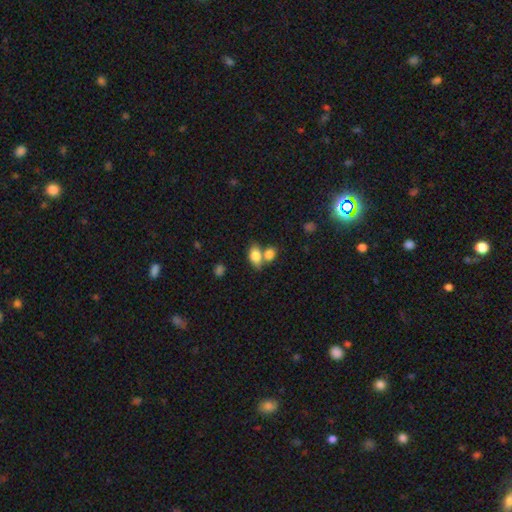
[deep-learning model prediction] Smooth or featured?
  - smooth: 82% *
  - featured or disk: 10%
  - star or artifact: 8%
How rounded?
  - in between: 85% *
  - round: 13%
  - cigar-shaped: 2%
Merging?
  - merger: 48% *
  - none: 38%
  - minor disturbance: 10%
  - major disturbance: 4%